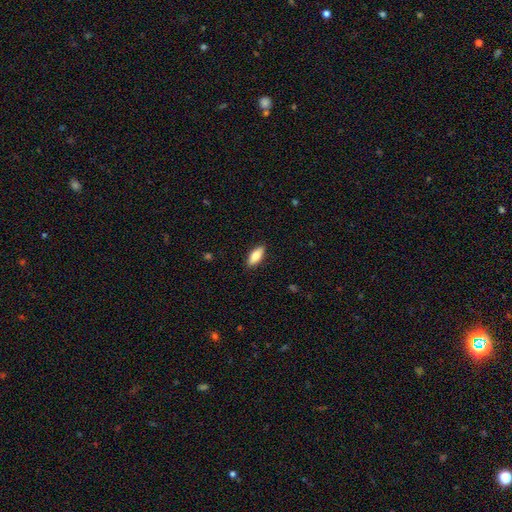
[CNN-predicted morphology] smooth-or-featured: smooth: 78% | featured or disk: 16% | star or artifact: 6%
  how-rounded: in between: 74% | cigar-shaped: 23% | round: 2%
  merging: none: 89% | minor disturbance: 8% | major disturbance: 2% | merger: 1%